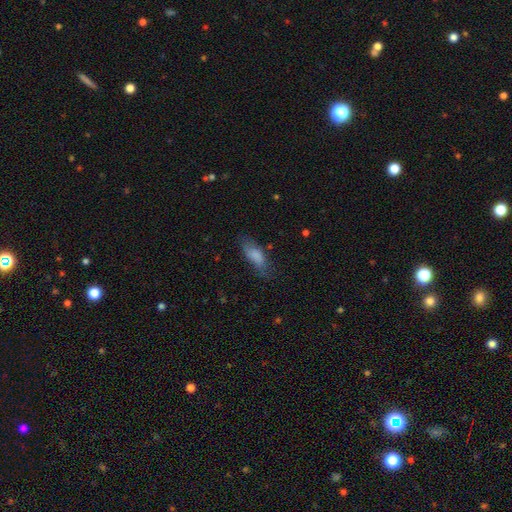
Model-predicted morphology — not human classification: smooth-or-featured: smooth: 78% | featured or disk: 15% | star or artifact: 7%
  how-rounded: in between: 73% | cigar-shaped: 25% | round: 2%
  merging: none: 62% | minor disturbance: 26% | major disturbance: 10% | merger: 2%